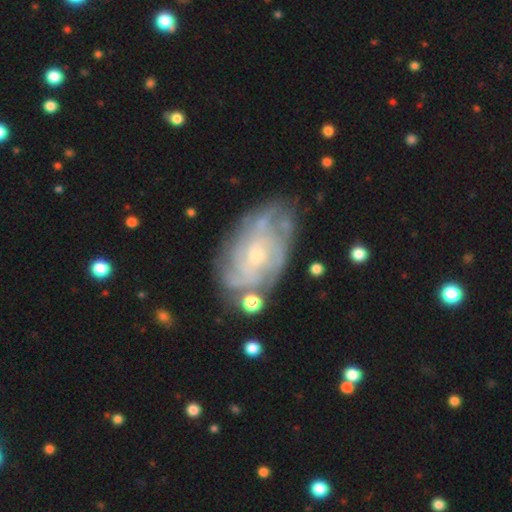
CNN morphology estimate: type=featured or disk (82%); edge-on=no (96%); bar=no (74%); spiral arms=yes (92%); winding=tight (62%); arm count=can't tell (42%); bulge=small (70%); merging=none (70%).